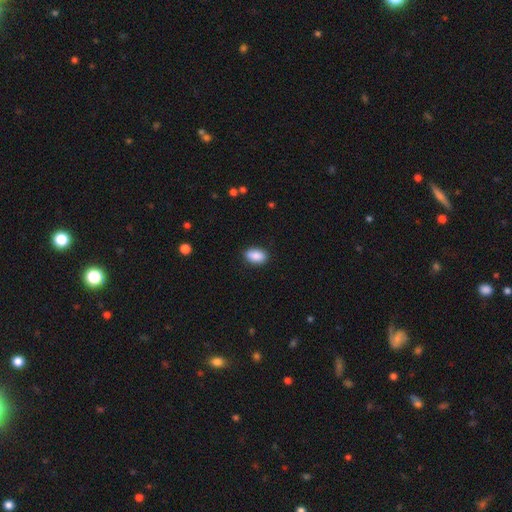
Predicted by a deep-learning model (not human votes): A smooth galaxy with no disk features (89%) that is in between round and cigar-shaped (91%). Merging: none (88%).